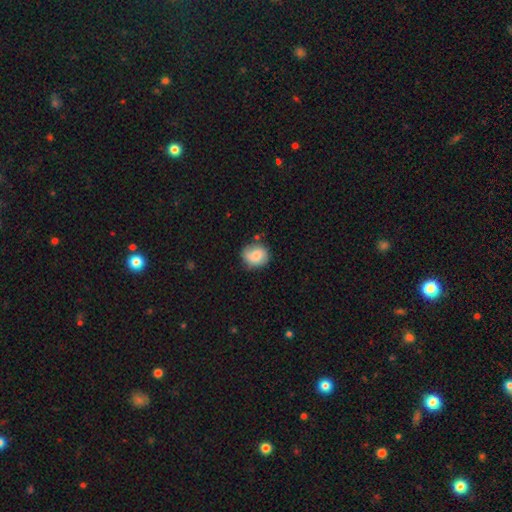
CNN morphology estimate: smooth 69%, featured or disk 23%, star or artifact 8%. Down the decision tree: how rounded — round (78%); merging — none (71%).